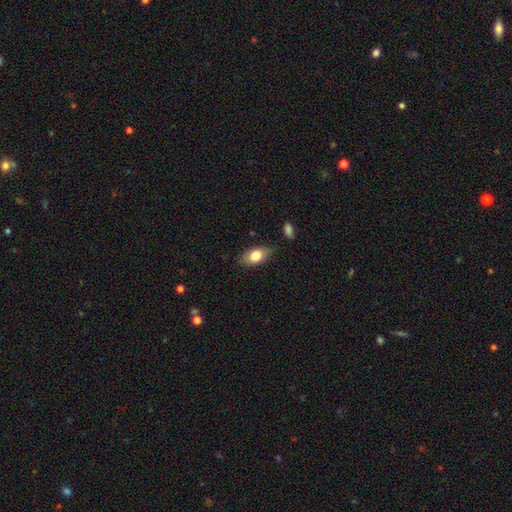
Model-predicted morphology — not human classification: A smooth galaxy with no disk features (79%) that is in between round and cigar-shaped (89%).

Vote fractions:
- Smooth or featured? smooth: 79% / featured or disk: 14% / star or artifact: 7%
- How rounded? in between: 89% / round: 6% / cigar-shaped: 5%
- Merging? none: 81% / minor disturbance: 14% / major disturbance: 3% / merger: 2%